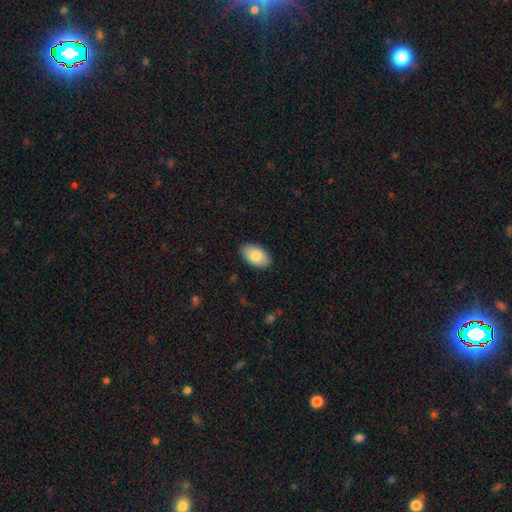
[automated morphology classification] Smooth or featured? smooth (84%)
How rounded? in between (94%)
Merging? none (88%)